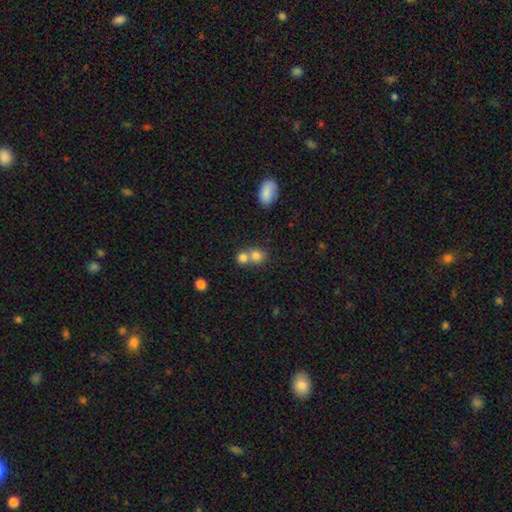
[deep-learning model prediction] Morphology: type=smooth (79%); roundness=round (81%); merging=merger (52%).